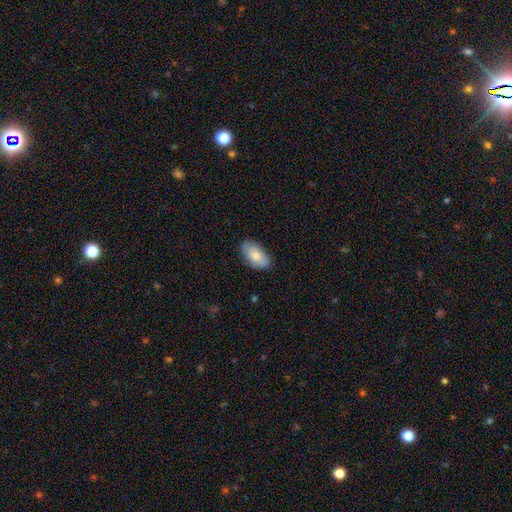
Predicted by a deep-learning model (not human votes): This is clearly a smooth galaxy (83%). How rounded: clearly in between (95%). Merging: clearly none (81%).